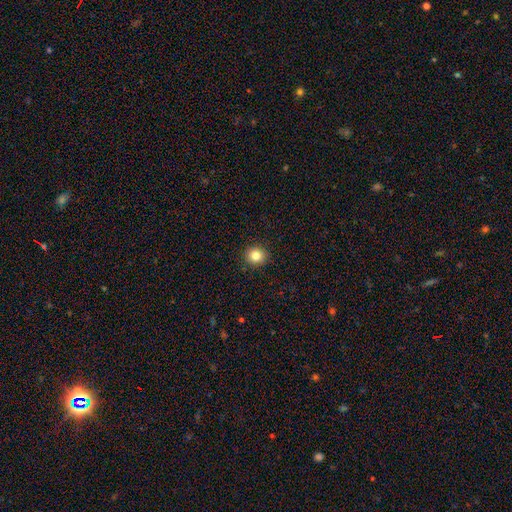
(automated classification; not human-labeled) smooth_or_featured: smooth (p=0.83) [alt: star or artifact p=0.11]
how_rounded: round (p=0.89) [alt: in between p=0.10]
merging: none (p=0.92) [alt: minor disturbance p=0.05]